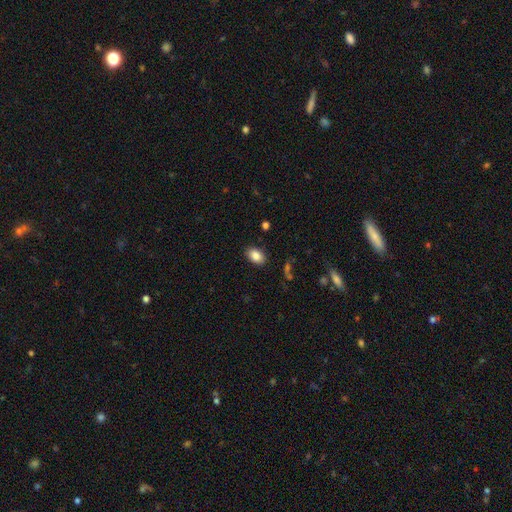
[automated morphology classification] A smooth galaxy with no disk features (86%) that is in between round and cigar-shaped (87%).

Vote fractions:
- Smooth or featured? smooth: 86% / star or artifact: 8% / featured or disk: 7%
- How rounded? in between: 87% / round: 11% / cigar-shaped: 1%
- Merging? none: 87% / minor disturbance: 9% / major disturbance: 2% / merger: 1%